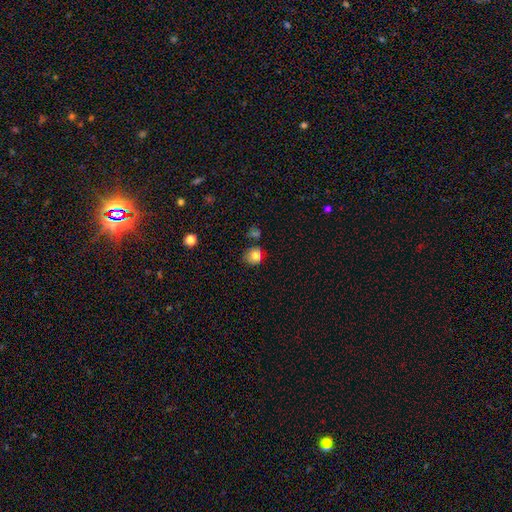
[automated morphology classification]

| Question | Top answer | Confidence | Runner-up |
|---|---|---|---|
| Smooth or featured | smooth | 79% | star or artifact (10%) |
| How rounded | round | 78% | in between (21%) |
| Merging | none | 61% | minor disturbance (24%) |